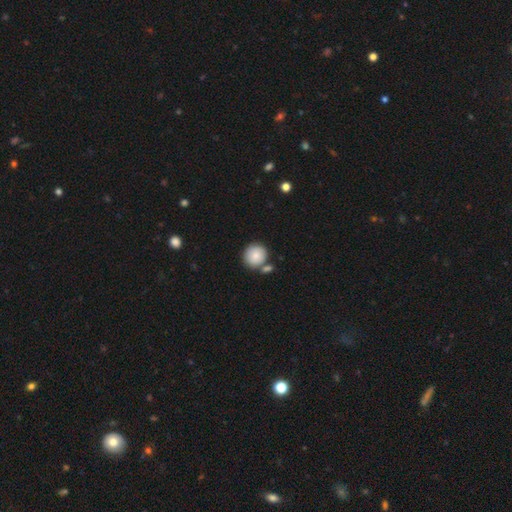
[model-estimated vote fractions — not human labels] The model was most divided on "merging": none: 68%, merger: 19%, minor disturbance: 11%, major disturbance: 3%. More confident: how rounded — round (91%); smooth or featured — smooth (85%).